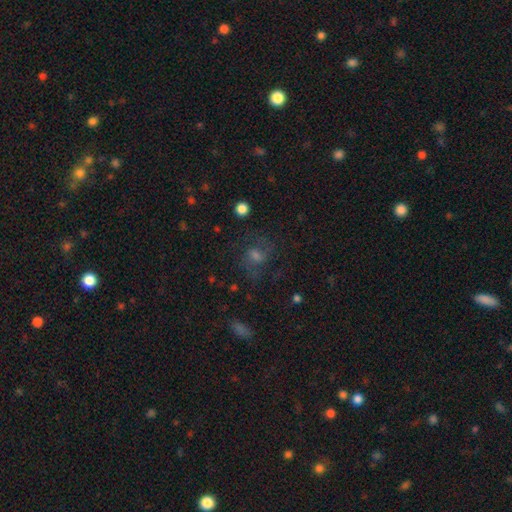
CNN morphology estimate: Q: Smooth or featured?
A: featured or disk (50%); runner-up: smooth (26%)
Q: Merging?
A: none (67%); runner-up: minor disturbance (16%)